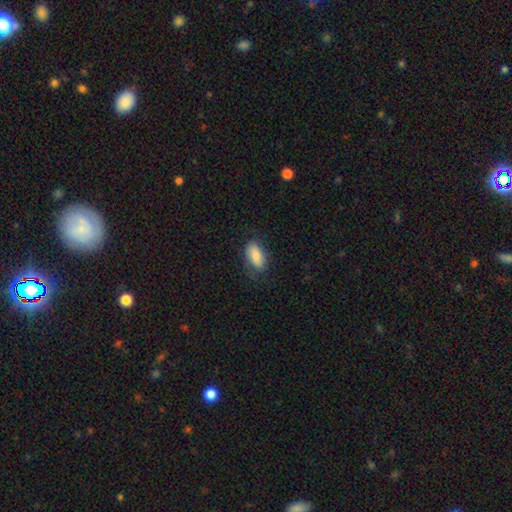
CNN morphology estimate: The model was most divided on "merging": none: 69%, minor disturbance: 22%, major disturbance: 9%, merger: 1%. More confident: how rounded — in between (91%); smooth or featured — smooth (81%).